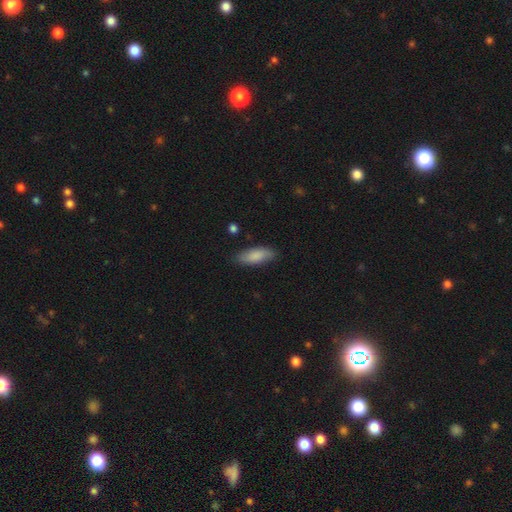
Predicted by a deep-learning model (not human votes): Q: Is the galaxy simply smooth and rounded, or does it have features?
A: smooth — 84%.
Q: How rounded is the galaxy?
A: in between — 73%.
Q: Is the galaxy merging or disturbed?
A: none — 83%.